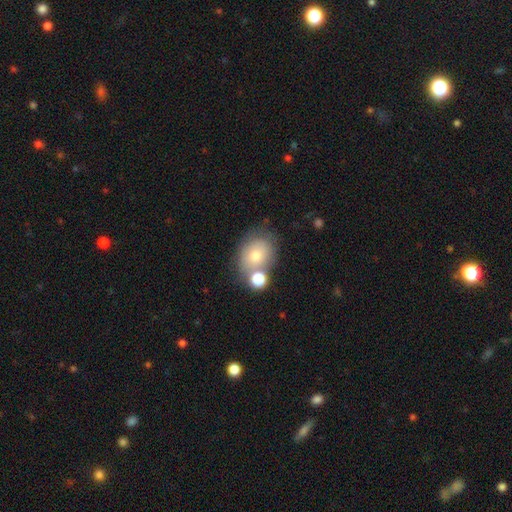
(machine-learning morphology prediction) Overall: smooth (72%). How rounded: in between (50%; round 49%). Merging: none (52%; merger 24%).